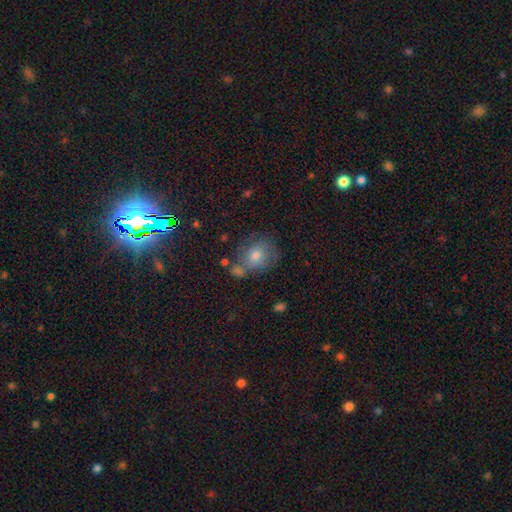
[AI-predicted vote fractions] smooth-or-featured: smooth: 61% | featured or disk: 22% | star or artifact: 17%
  how-rounded: round: 75% | in between: 23% | cigar-shaped: 1%
  merging: none: 57% | minor disturbance: 18% | merger: 16% | major disturbance: 9%